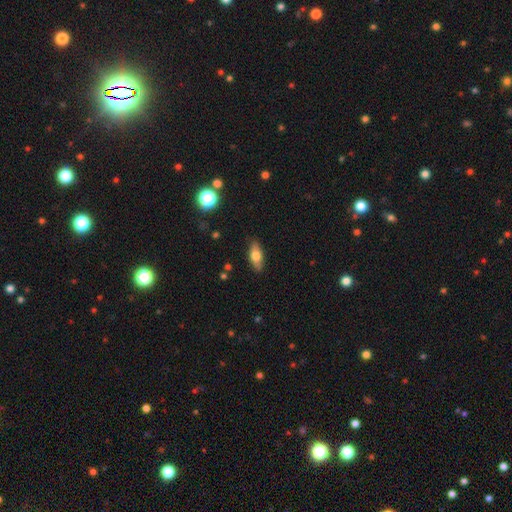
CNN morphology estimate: smooth-or-featured: smooth: 65% | featured or disk: 28% | star or artifact: 7%
  how-rounded: in between: 74% | cigar-shaped: 22% | round: 4%
  merging: none: 86% | minor disturbance: 10% | major disturbance: 2% | merger: 1%